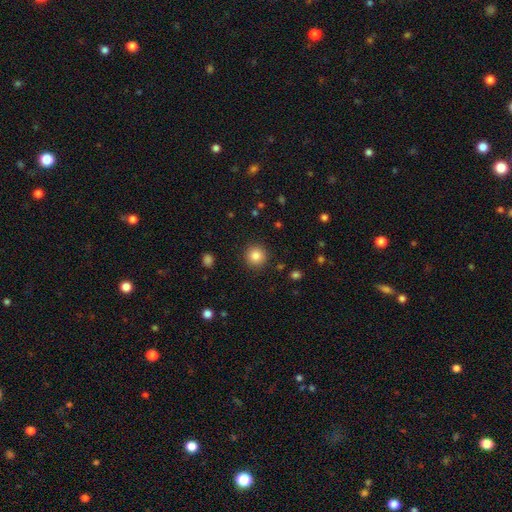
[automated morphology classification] smooth-or-featured: smooth: 84% | star or artifact: 11% | featured or disk: 5%
  how-rounded: round: 94% | in between: 5% | cigar-shaped: 1%
  merging: none: 91% | minor disturbance: 6% | major disturbance: 2% | merger: 1%